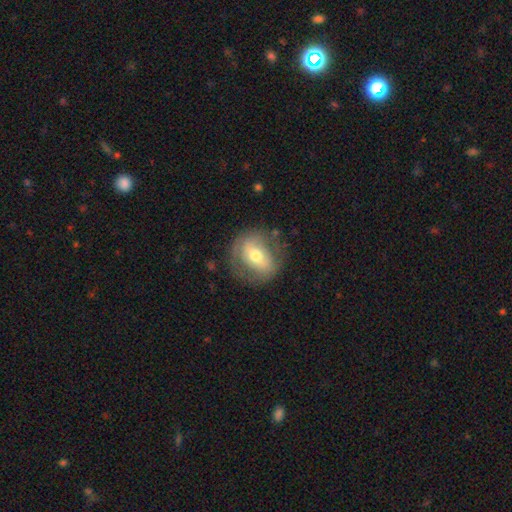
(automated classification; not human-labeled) smooth_or_featured: featured or disk (p=0.48) [alt: smooth p=0.45]
merging: none (p=0.72) [alt: minor disturbance p=0.17]